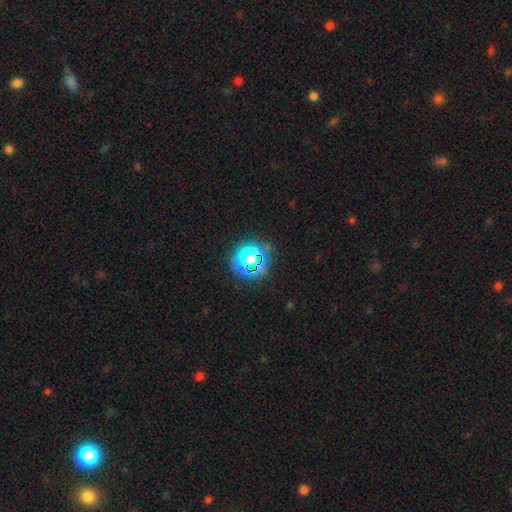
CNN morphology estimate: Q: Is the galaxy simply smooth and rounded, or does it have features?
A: star or artifact — 74%.